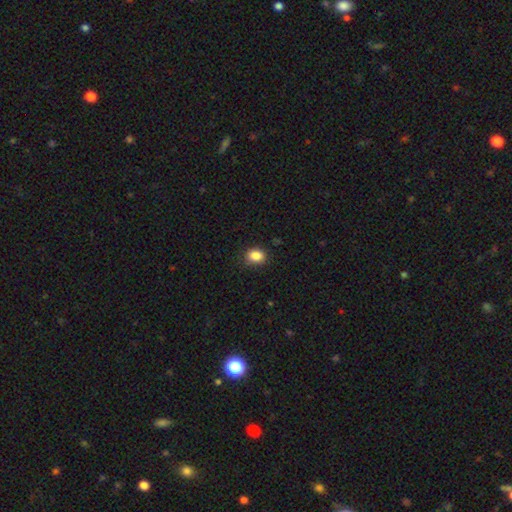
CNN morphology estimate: type=smooth (86%); roundness=in between (52%); merging=none (82%).